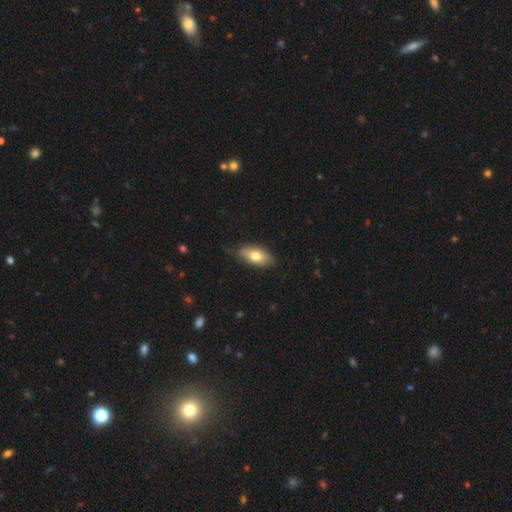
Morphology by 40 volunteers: A smooth galaxy with no disk features (80%) that is in between round and cigar-shaped (100%). Merging: none (54%).